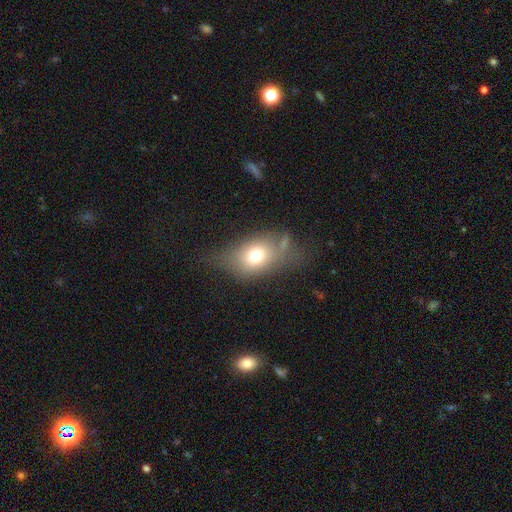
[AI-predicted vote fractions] Overall: smooth (66%). How rounded: in between (69%). Merging: none (53%; minor disturbance 25%).